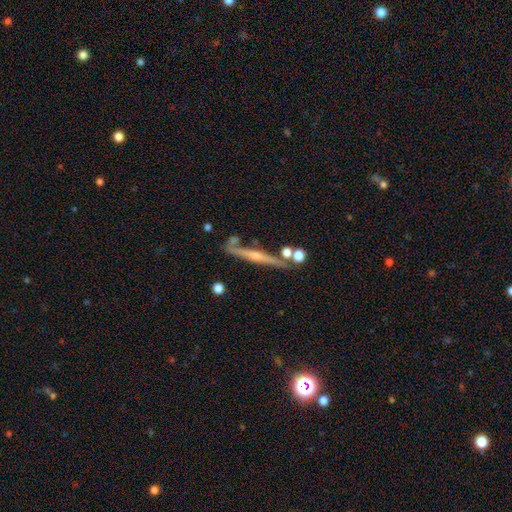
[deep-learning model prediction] Smooth or featured? Predicted: featured or disk (p=0.72). Edge-on disk? Predicted: yes (p=0.95). Edge-on bulge? Predicted: rounded (p=0.75). Merging? Predicted: none (p=0.72).